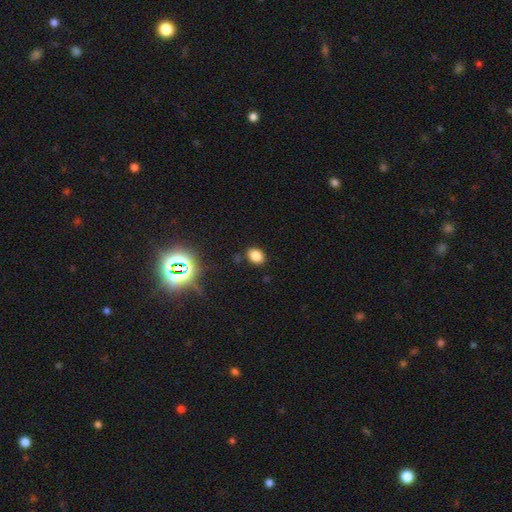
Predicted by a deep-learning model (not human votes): A smooth galaxy with no disk features (79%) that is in between round and cigar-shaped (69%).

Vote fractions:
- Smooth or featured? smooth: 79% / star or artifact: 15% / featured or disk: 6%
- How rounded? in between: 69% / round: 30% / cigar-shaped: 1%
- Merging? none: 84% / minor disturbance: 10% / major disturbance: 3% / merger: 3%